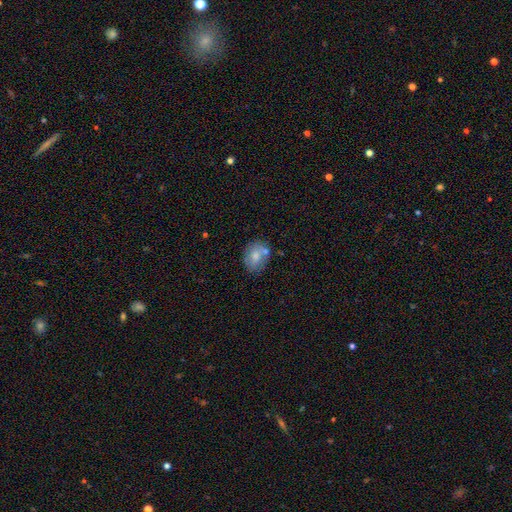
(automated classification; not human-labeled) This appears to be a smooth galaxy with no disk features (67%) that is in between round and cigar-shaped (59%). Merging: none (61%).